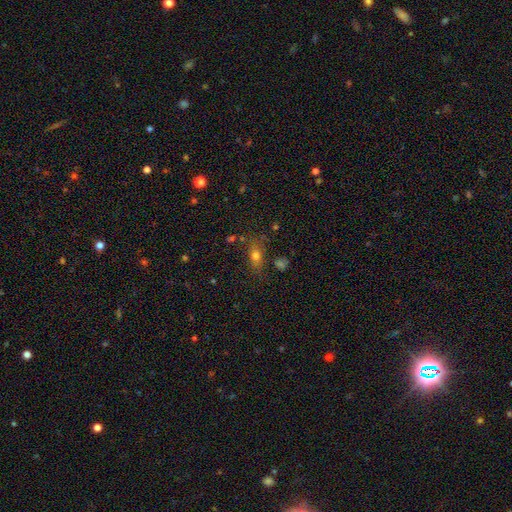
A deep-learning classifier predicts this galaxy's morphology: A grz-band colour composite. It shows a smooth galaxy with no disk features (70%) that is in between round and cigar-shaped (67%). Merging: none (69%).